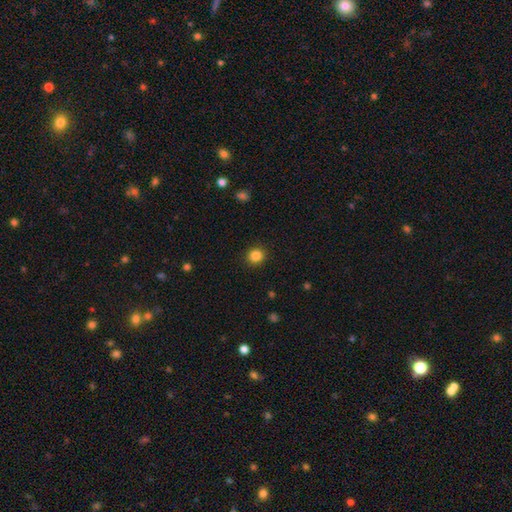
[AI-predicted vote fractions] Q: Smooth or featured?
A: smooth (85%); runner-up: star or artifact (11%)
Q: How rounded?
A: round (87%); runner-up: in between (12%)
Q: Merging?
A: none (91%); runner-up: minor disturbance (6%)